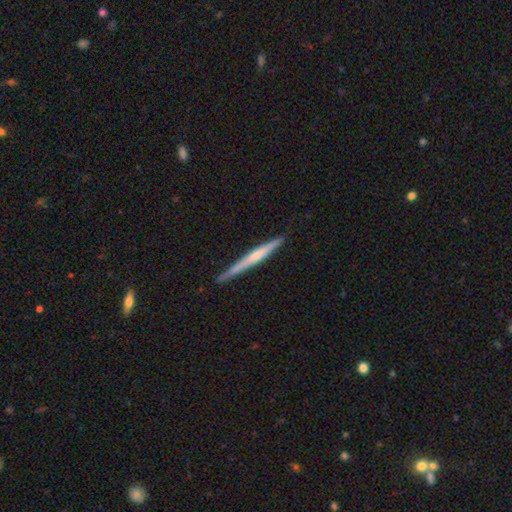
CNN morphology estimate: This is possibly a featured or disk galaxy (58%). It is clearly viewed edge-on (98%). Edge-on bulge: possibly none (46%). Merging: clearly none (88%).